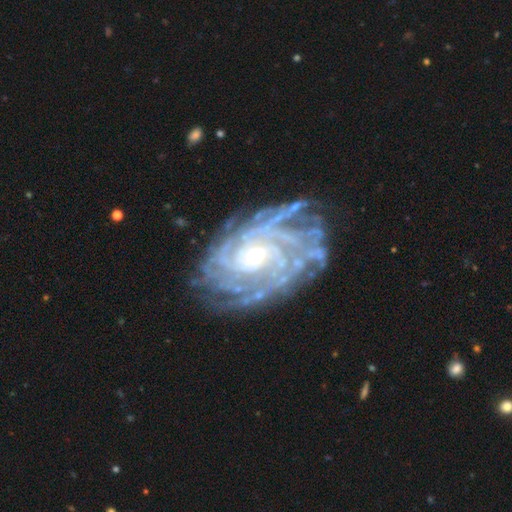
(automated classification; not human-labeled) A featured or disk galaxy (91%) with no bar (69%), more than 4 (27%) tight (80%) spiral arms (98%) and a small central bulge (69%).

Vote fractions:
- Smooth or featured? featured or disk: 91% / star or artifact: 5% / smooth: 4%
- Edge-on disk? no: 97% / yes: 3%
- Bar? no: 69% / weak: 23% / strong: 8%
- Spiral arms? yes: 98% / no: 2%
- Spiral winding? tight: 80% / medium: 17% / loose: 3%
- Spiral arm count? more than 4: 27% / can't tell: 24% / 4: 20% / 3: 11% / 2: 9% / 1: 8%
- Bulge size? small: 69% / moderate: 27% / large: 2% / none: 1% / dominant: 1%
- Merging? none: 74% / minor disturbance: 17% / major disturbance: 7% / merger: 2%